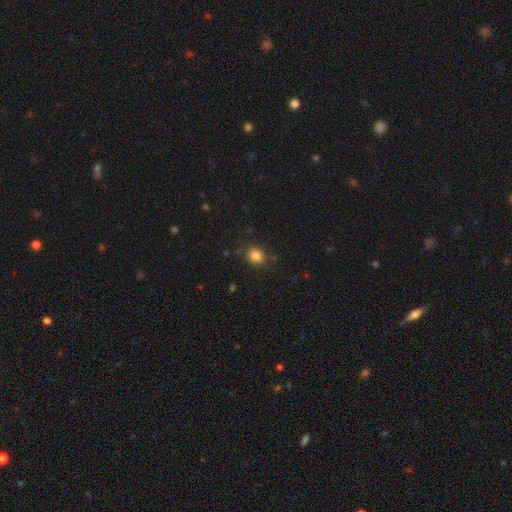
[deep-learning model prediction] Morphology: type=smooth (83%); roundness=round (77%); merging=none (85%).